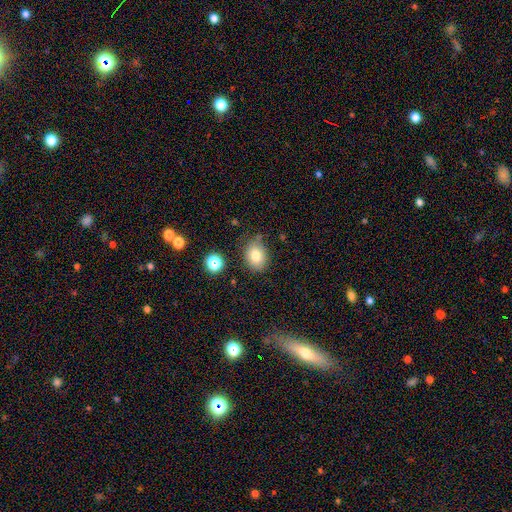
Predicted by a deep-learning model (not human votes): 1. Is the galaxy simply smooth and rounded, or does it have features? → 79% smooth, 11% star or artifact, 10% featured or disk.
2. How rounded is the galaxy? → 53% in between, 46% round, 1% cigar-shaped.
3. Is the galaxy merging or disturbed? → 74% none, 18% minor disturbance, 4% major disturbance, 4% merger.